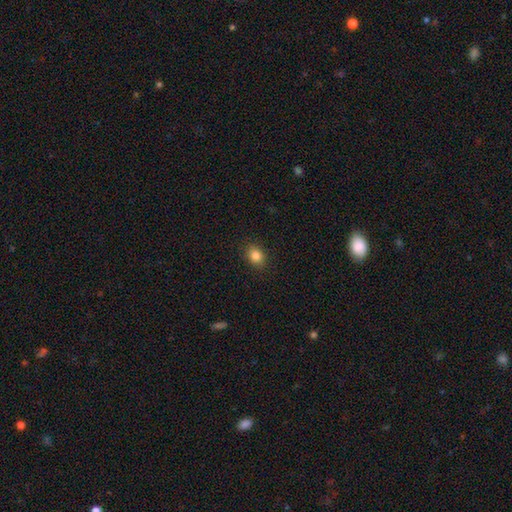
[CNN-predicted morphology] A smooth galaxy with no disk features (84%) that is in between round and cigar-shaped (56%).

Vote fractions:
- Smooth or featured? smooth: 84% / star or artifact: 10% / featured or disk: 5%
- How rounded? in between: 56% / round: 43% / cigar-shaped: 1%
- Merging? none: 89% / minor disturbance: 8% / major disturbance: 2% / merger: 1%